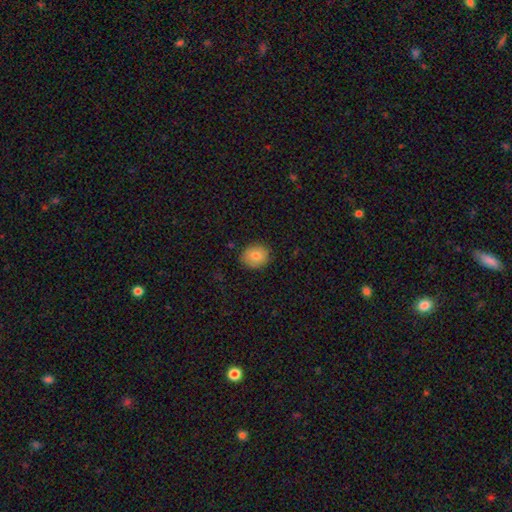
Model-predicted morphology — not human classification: This is clearly a smooth galaxy (82%). How rounded: likely round (70%). Merging: clearly none (87%).